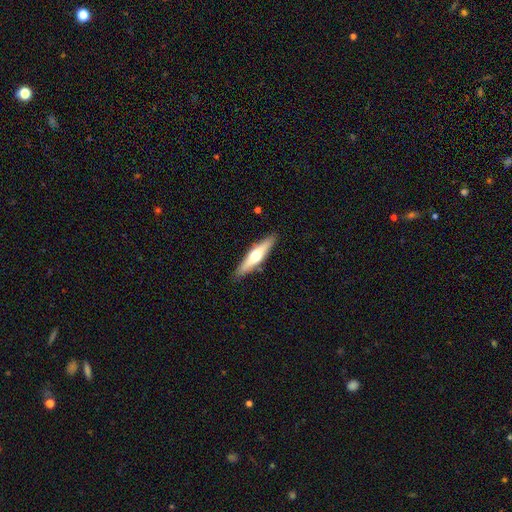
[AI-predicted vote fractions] Smooth or featured? featured or disk (52%)
Edge-on disk? yes (92%)
Merging? none (88%)